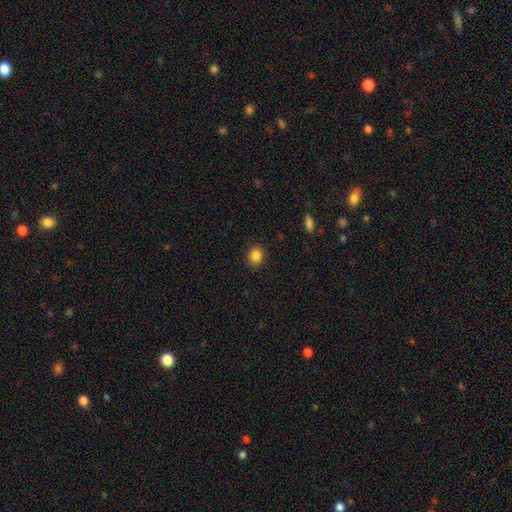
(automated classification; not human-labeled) This appears to be a smooth galaxy with no disk features (85%) that is round (68%). Merging: none (90%).